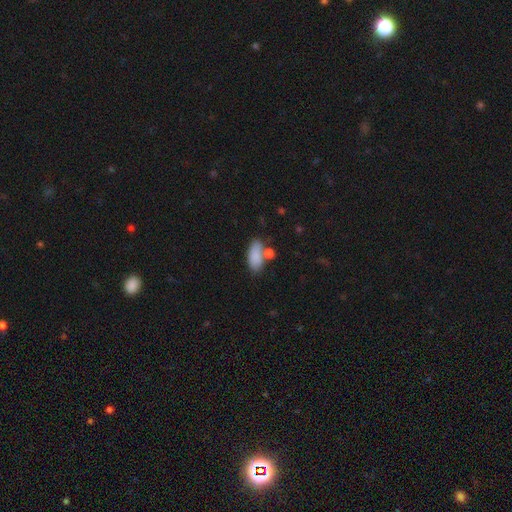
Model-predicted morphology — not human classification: Smooth or featured? Predicted: smooth (p=0.85). How rounded? Predicted: in between (p=0.87). Merging? Predicted: none (p=0.56).